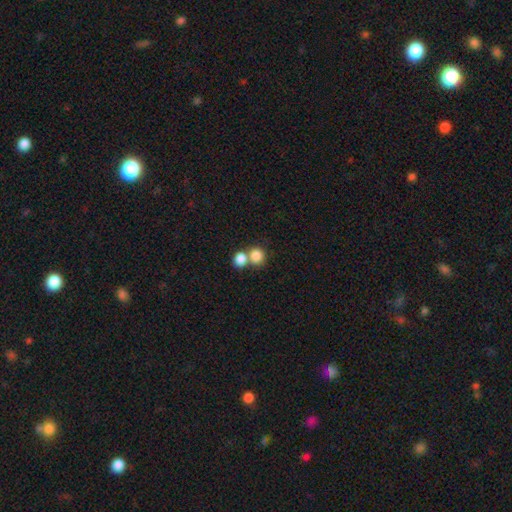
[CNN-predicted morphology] Smooth or featured: smooth — 83% (star or artifact — 9%)
How rounded: round — 81% (in between — 18%)
Merging: merger — 50% (none — 41%)